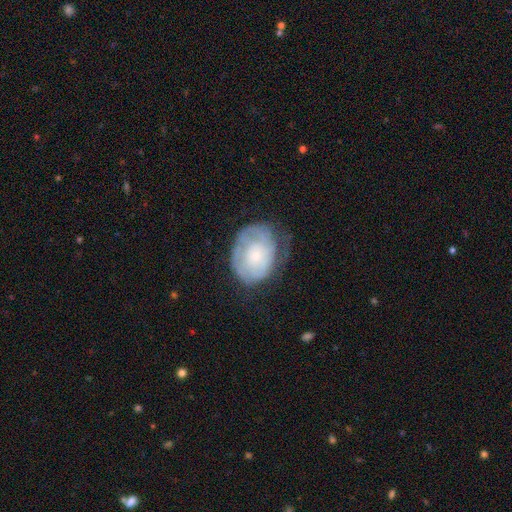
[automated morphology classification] Overall: featured or disk (57%; smooth 35%). Edge-on disk: no (96%). Bar: no (82%). Spiral arms: yes (68%; no 32%). Bulge size: small (65%). Merging: none (56%; minor disturbance 28%).